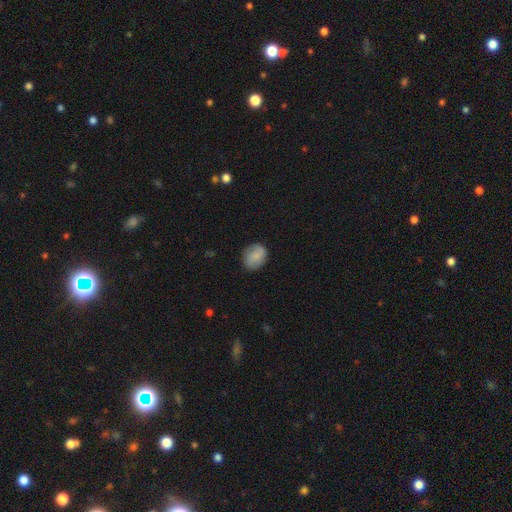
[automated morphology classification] A smooth galaxy with no disk features (78%) that is round (60%). Merging: none (78%).